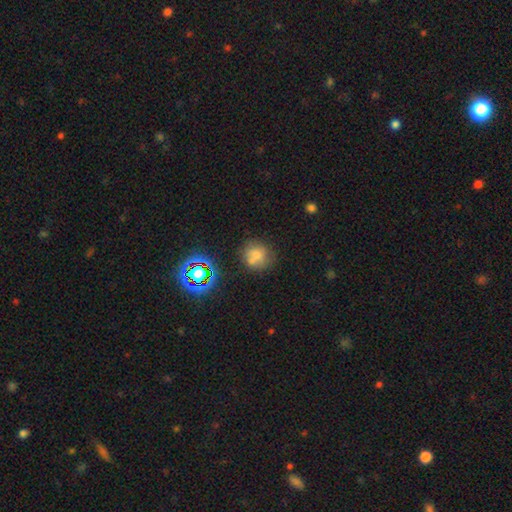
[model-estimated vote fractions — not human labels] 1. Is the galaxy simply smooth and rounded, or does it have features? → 68% smooth, 17% star or artifact, 15% featured or disk.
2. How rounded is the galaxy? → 84% round, 15% in between, 1% cigar-shaped.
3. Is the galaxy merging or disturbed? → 59% none, 19% merger, 16% minor disturbance, 6% major disturbance.